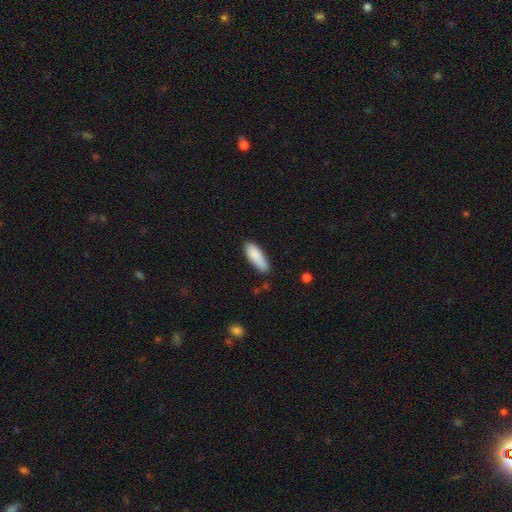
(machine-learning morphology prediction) type=smooth (88%); roundness=in between (59%); merging=none (78%).